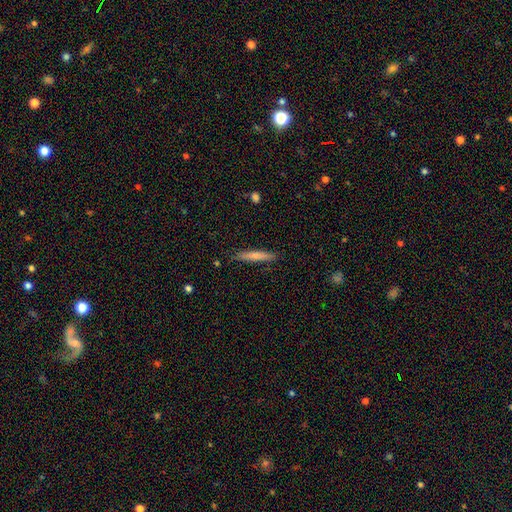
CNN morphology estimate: Smooth or featured?
  - smooth: 73% *
  - featured or disk: 22%
  - star or artifact: 6%
How rounded?
  - cigar-shaped: 94% *
  - in between: 5%
  - round: 1%
Merging?
  - none: 87% *
  - minor disturbance: 10%
  - major disturbance: 2%
  - merger: 1%